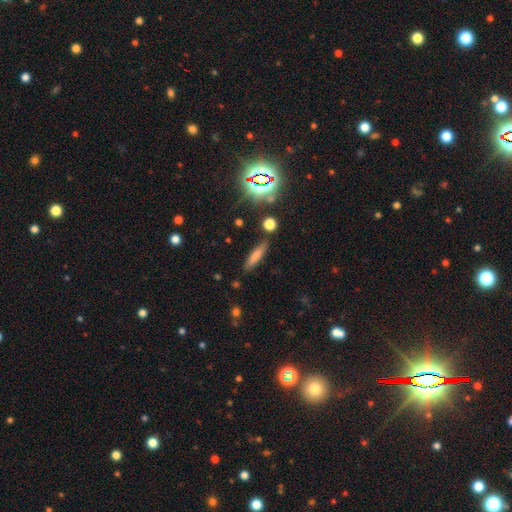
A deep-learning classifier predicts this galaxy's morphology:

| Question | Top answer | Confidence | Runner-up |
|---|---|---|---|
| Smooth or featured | smooth | 72% | featured or disk (15%) |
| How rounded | cigar-shaped | 77% | in between (20%) |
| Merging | none | 83% | minor disturbance (11%) |